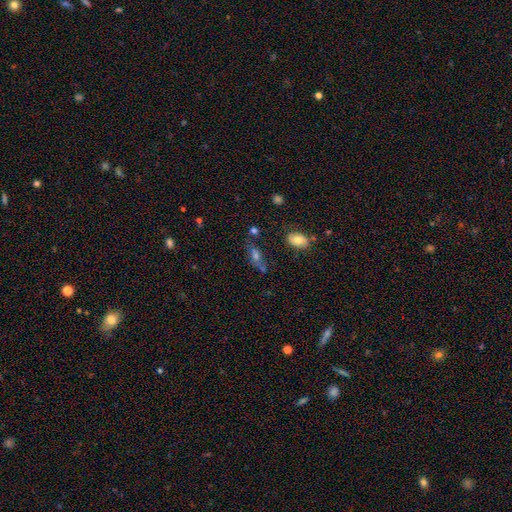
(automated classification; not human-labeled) smooth-or-featured: smooth: 54% | featured or disk: 24% | star or artifact: 22%
  how-rounded: in between: 73% | cigar-shaped: 14% | round: 13%
  merging: none: 56% | minor disturbance: 20% | merger: 13% | major disturbance: 11%